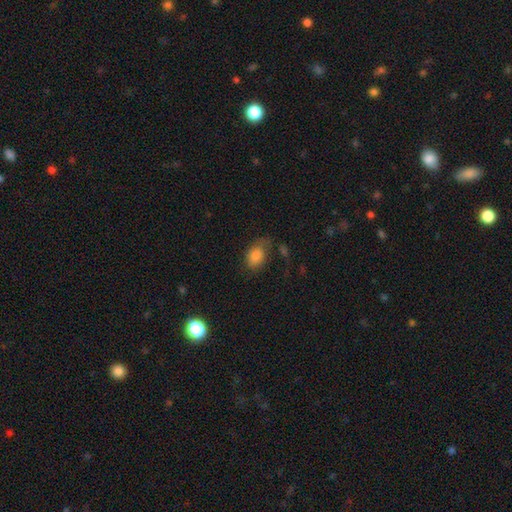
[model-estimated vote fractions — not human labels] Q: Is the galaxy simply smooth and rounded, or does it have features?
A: smooth — 82%.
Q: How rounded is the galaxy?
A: in between — 82%.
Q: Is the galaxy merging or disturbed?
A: none — 53%.